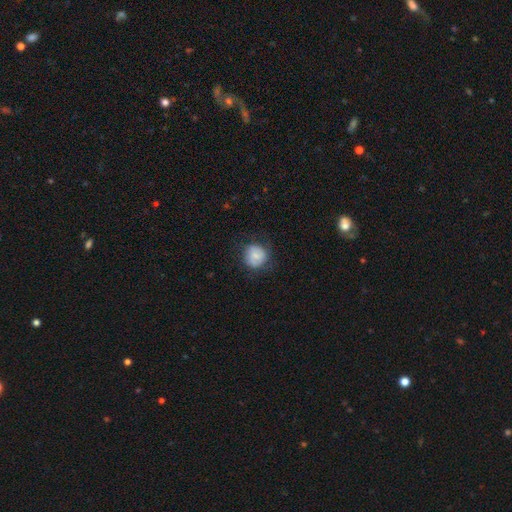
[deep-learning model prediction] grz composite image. It shows a smooth galaxy with no disk features (72%) that is round (88%). Merging: none (69%).